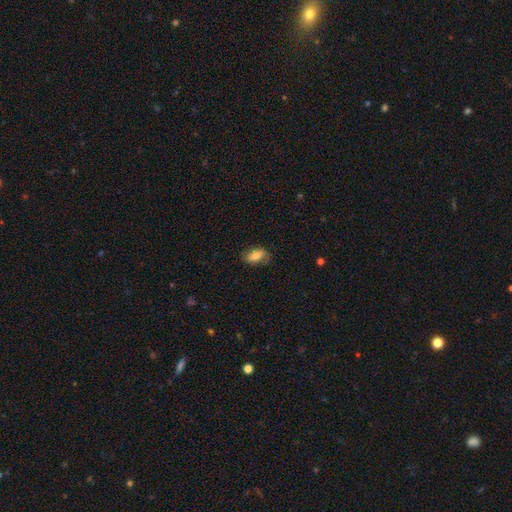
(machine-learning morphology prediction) smooth 68%, featured or disk 24%, star or artifact 8%. Down the decision tree: how rounded — in between (89%); merging — none (71%).